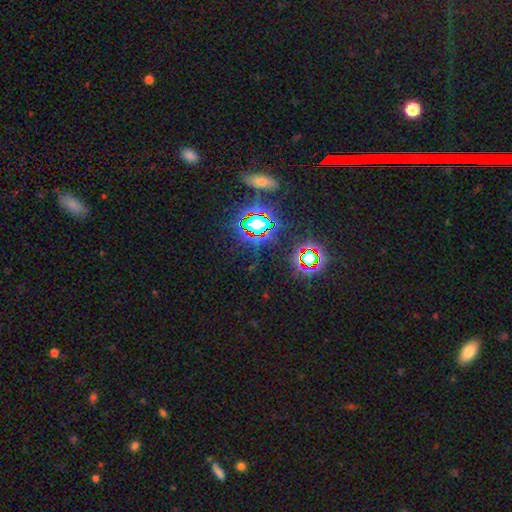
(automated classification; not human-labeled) smooth-or-featured: star or artifact: 78% | smooth: 13% | featured or disk: 9%